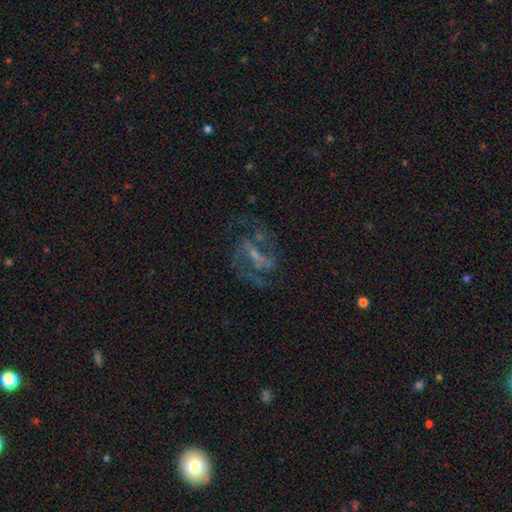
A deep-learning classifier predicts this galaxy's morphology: type=featured or disk (81%); edge-on=no (96%); bar=weak (43%); spiral arms=yes (92%); winding=medium (54%); arm count=2 (82%); bulge=small (54%); merging=none (67%).